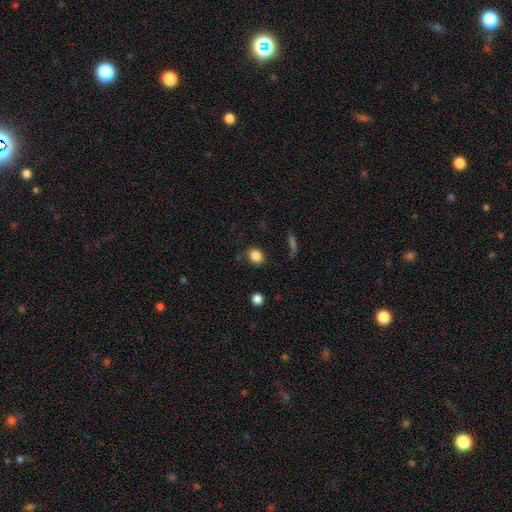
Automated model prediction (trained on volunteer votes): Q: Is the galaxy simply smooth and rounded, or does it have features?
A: smooth — 85%.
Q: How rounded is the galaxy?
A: round — 59%.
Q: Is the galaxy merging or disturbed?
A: none — 79%.